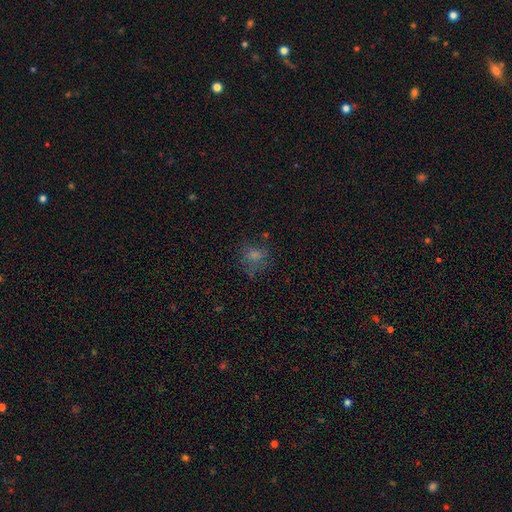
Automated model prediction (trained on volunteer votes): smooth_or_featured: smooth (p=0.55) [alt: star or artifact p=0.28]
how_rounded: round (p=0.75) [alt: in between p=0.23]
merging: none (p=0.68) [alt: minor disturbance p=0.18]